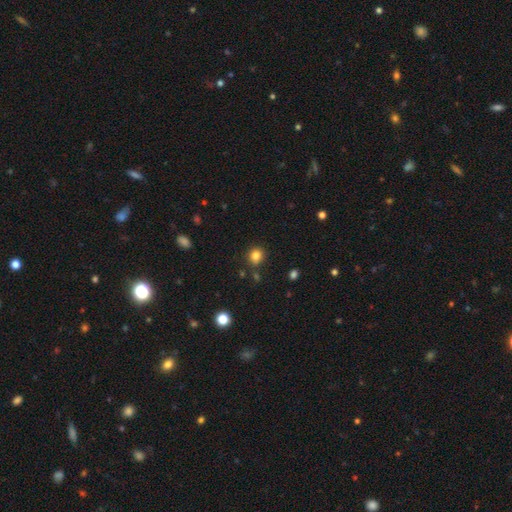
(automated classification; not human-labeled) This is clearly a smooth galaxy (82%). How rounded: clearly round (82%). Merging: clearly none (82%).